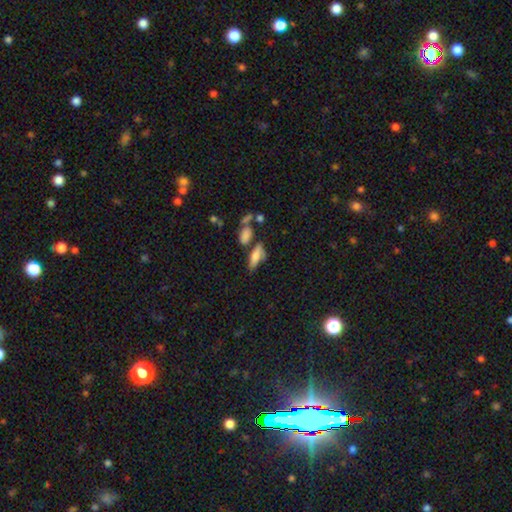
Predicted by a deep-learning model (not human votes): Smooth or featured: smooth — 67% (featured or disk — 23%)
How rounded: in between — 67% (cigar-shaped — 29%)
Merging: none — 44% (minor disturbance — 24%)